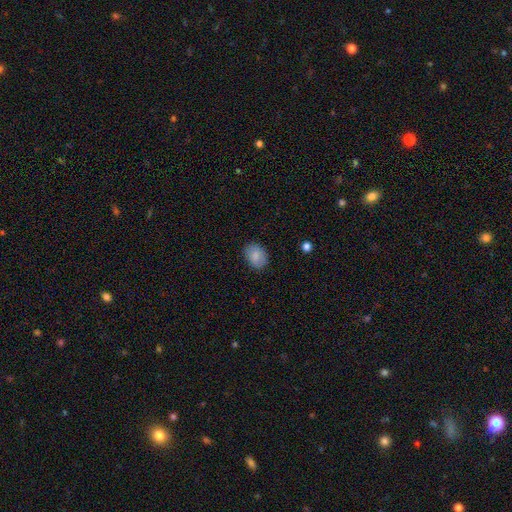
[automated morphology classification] Overall: smooth (85%). How rounded: in between (71%). Merging: none (84%).